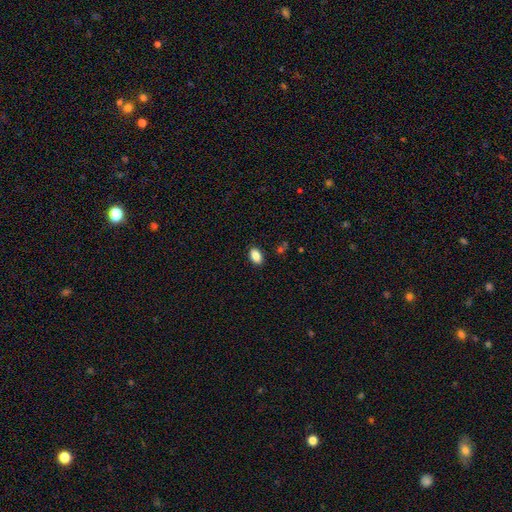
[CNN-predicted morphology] smooth 87%, star or artifact 8%, featured or disk 5%. Down the decision tree: how rounded — in between (91%); merging — none (88%).